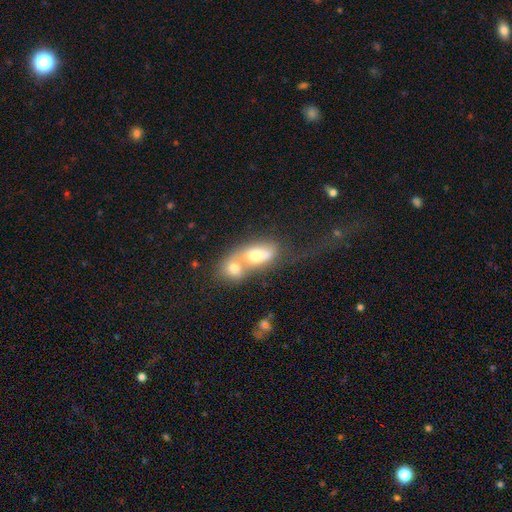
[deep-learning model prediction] A smooth galaxy with no disk features (62%) that is in between round and cigar-shaped (72%). Merging: merger (76%).